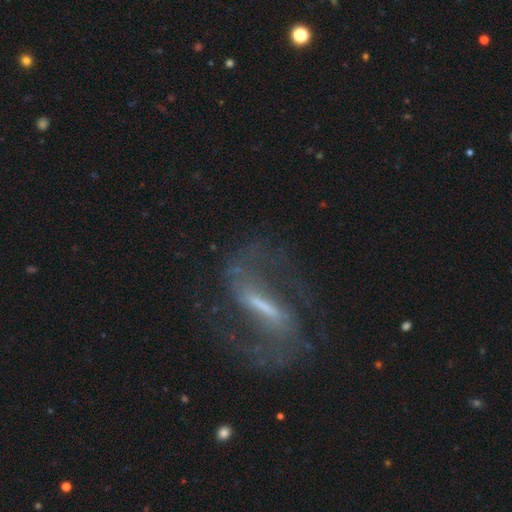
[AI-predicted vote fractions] smooth_or_featured: featured or disk (p=0.84) [alt: smooth p=0.08]
disk_edge_on: no (p=0.91) [alt: yes p=0.09]
bar: strong (p=0.67) [alt: weak p=0.27]
has_spiral_arms: yes (p=0.92) [alt: no p=0.08]
spiral_winding: medium (p=0.46) [alt: loose p=0.41]
spiral_arm_count: 2 (p=0.91) [alt: can't tell p=0.04]
bulge_size: small (p=0.36) [alt: none p=0.28]
merging: none (p=0.72) [alt: minor disturbance p=0.14]